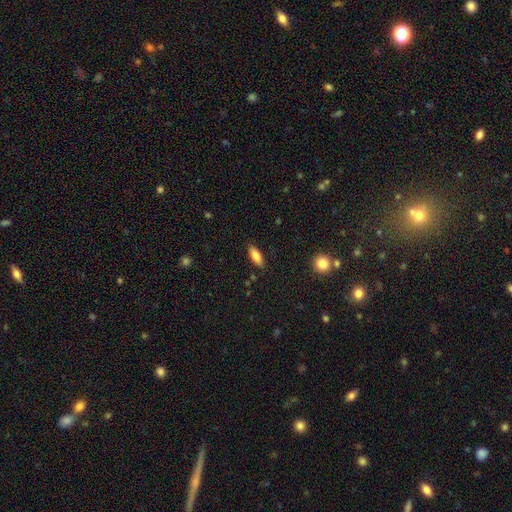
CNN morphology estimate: A smooth galaxy with no disk features (83%) that is in between round and cigar-shaped (77%). Merging: none (85%).